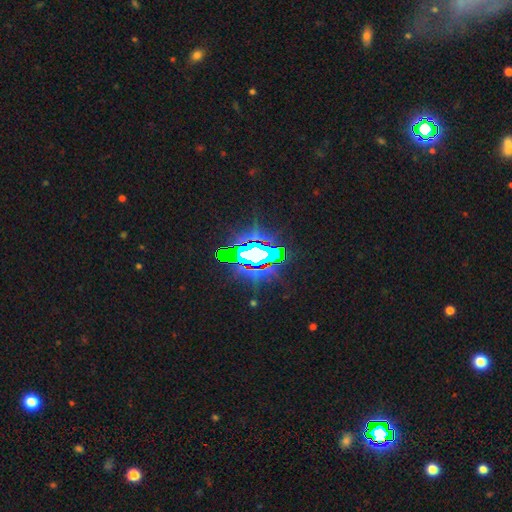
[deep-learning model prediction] Smooth or featured? Predicted: star or artifact (p=0.64).